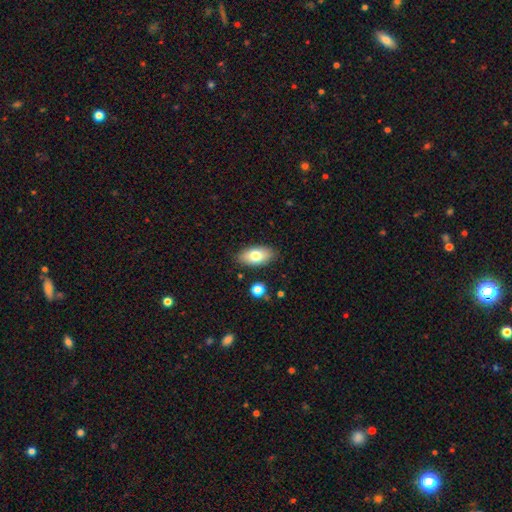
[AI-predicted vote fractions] The model was most divided on "smooth or featured": smooth: 77%, featured or disk: 16%, star or artifact: 7%. More confident: how rounded — in between (91%); merging — none (86%).